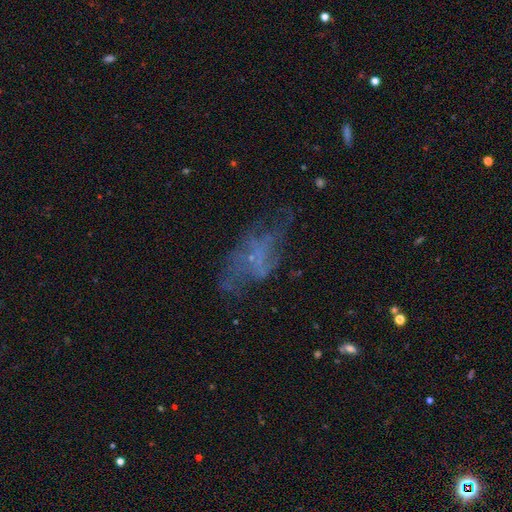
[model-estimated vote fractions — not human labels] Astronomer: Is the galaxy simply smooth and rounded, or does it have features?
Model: featured or disk — 49% (runner-up: smooth, 29%).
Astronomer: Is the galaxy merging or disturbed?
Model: none — 42% (runner-up: major disturbance, 33%).